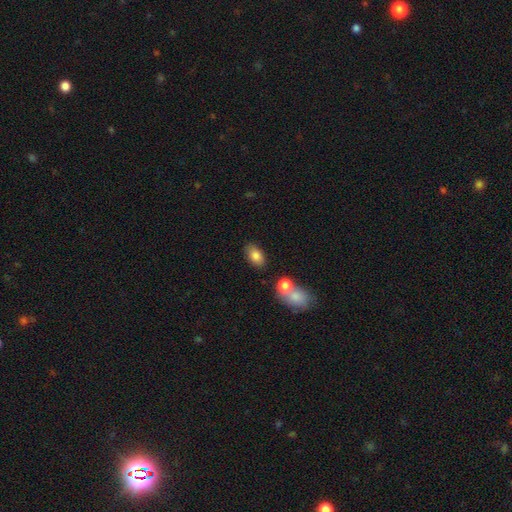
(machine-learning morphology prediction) This is clearly a smooth galaxy (82%). How rounded: clearly in between (90%). Merging: likely none (79%).